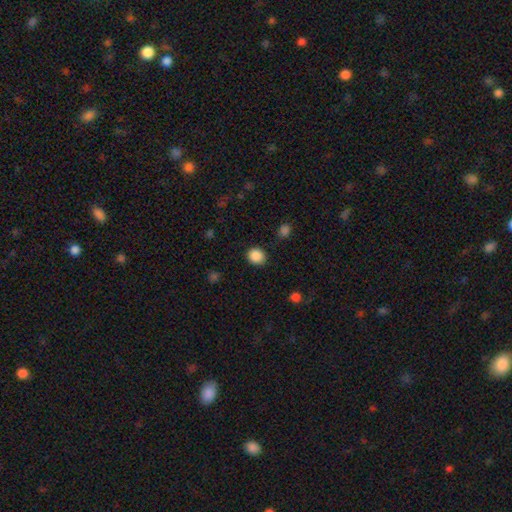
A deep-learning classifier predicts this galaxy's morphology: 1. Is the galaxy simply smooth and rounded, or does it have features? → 88% smooth, 9% star or artifact, 3% featured or disk.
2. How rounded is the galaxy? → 79% round, 20% in between, 1% cigar-shaped.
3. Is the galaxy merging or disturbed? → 87% none, 9% minor disturbance, 3% major disturbance, 1% merger.